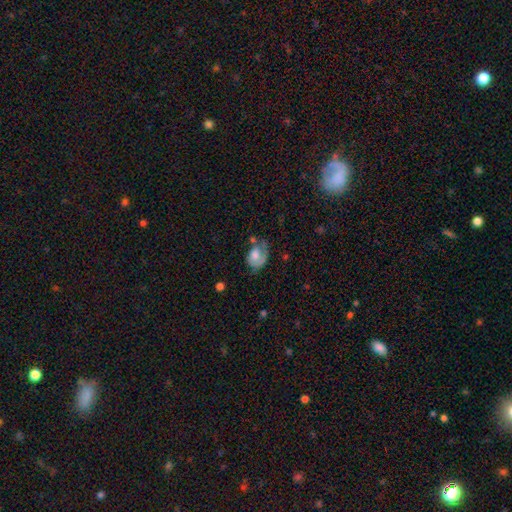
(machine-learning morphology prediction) A smooth galaxy with no disk features (48%). Merging: major disturbance (33%, tied with none).